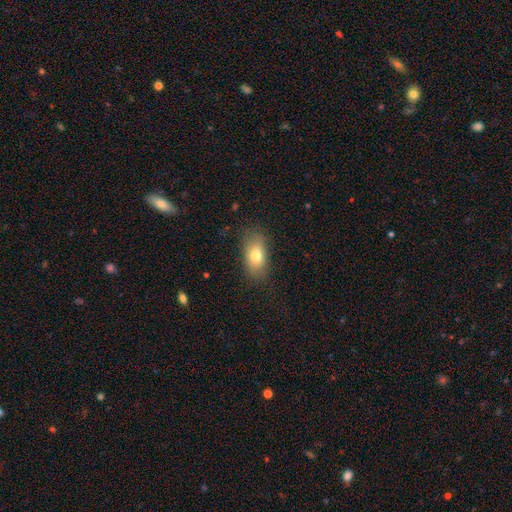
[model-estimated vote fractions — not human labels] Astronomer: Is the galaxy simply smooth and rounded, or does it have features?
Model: smooth — 75%.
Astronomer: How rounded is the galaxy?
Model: in between — 85%.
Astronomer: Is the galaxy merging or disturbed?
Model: none — 77%.